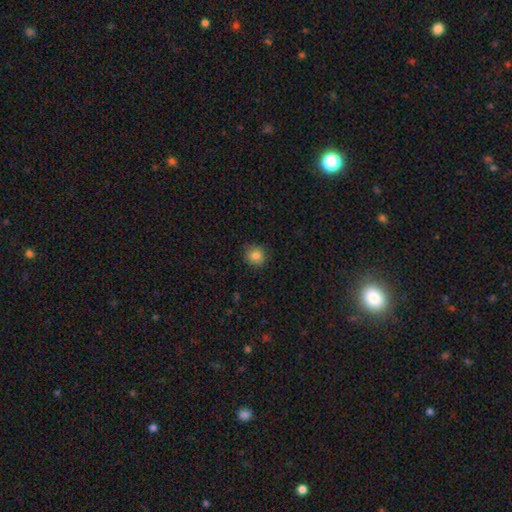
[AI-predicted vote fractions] smooth_or_featured: smooth (p=0.83) [alt: star or artifact p=0.10]
how_rounded: round (p=0.88) [alt: in between p=0.11]
merging: none (p=0.86) [alt: minor disturbance p=0.11]